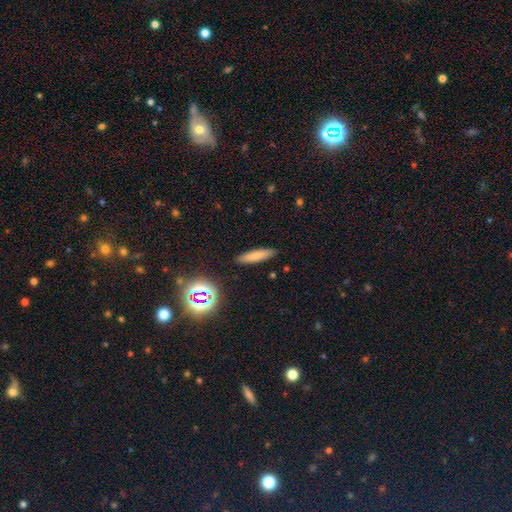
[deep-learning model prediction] The model was most divided on "how rounded": cigar-shaped: 77%, in between: 21%, round: 2%. More confident: merging — none (89%); smooth or featured — smooth (75%).